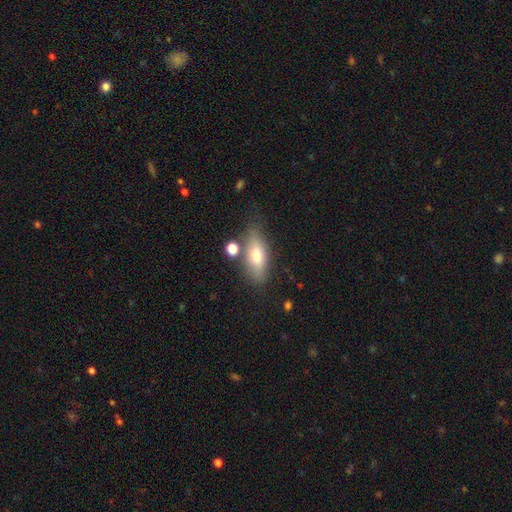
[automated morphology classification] A smooth galaxy with no disk features (67%) that is in between round and cigar-shaped (73%). Merging: none (69%).